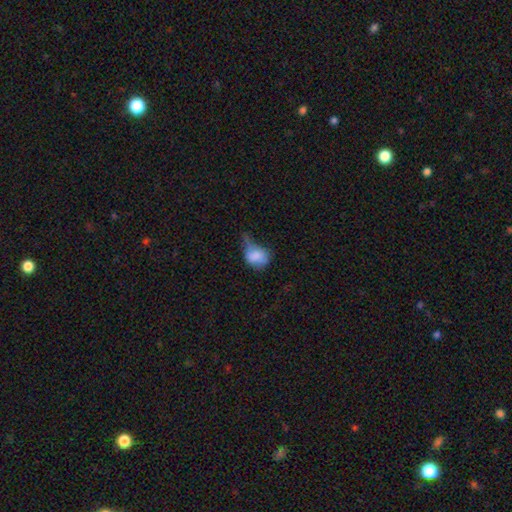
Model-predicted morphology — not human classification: Smooth or featured: smooth — 77% (featured or disk — 15%)
How rounded: in between — 58% (round — 40%)
Merging: major disturbance — 39% (minor disturbance — 36%)